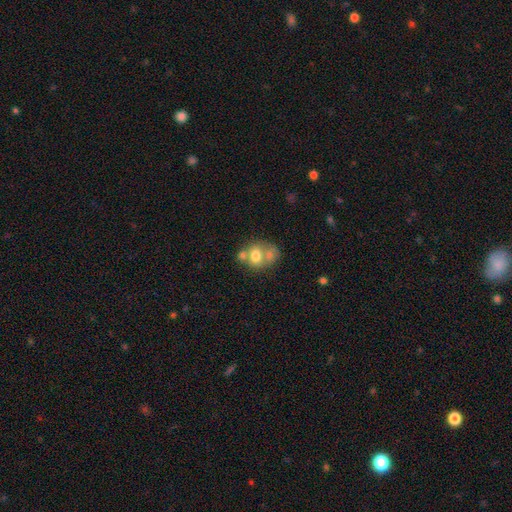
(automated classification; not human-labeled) smooth 67%, featured or disk 24%, star or artifact 9%. Down the decision tree: how rounded — round (51%); merging — merger (54%).